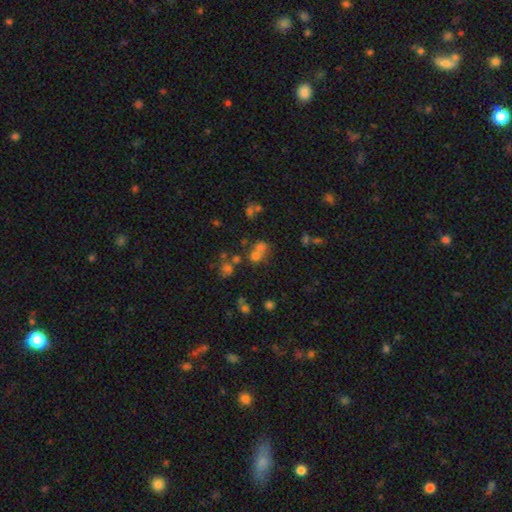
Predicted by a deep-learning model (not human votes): Smooth or featured?
  - smooth: 60% *
  - star or artifact: 23%
  - featured or disk: 17%
How rounded?
  - round: 77% *
  - in between: 22%
  - cigar-shaped: 1%
Merging?
  - merger: 51% *
  - none: 37%
  - minor disturbance: 7%
  - major disturbance: 4%